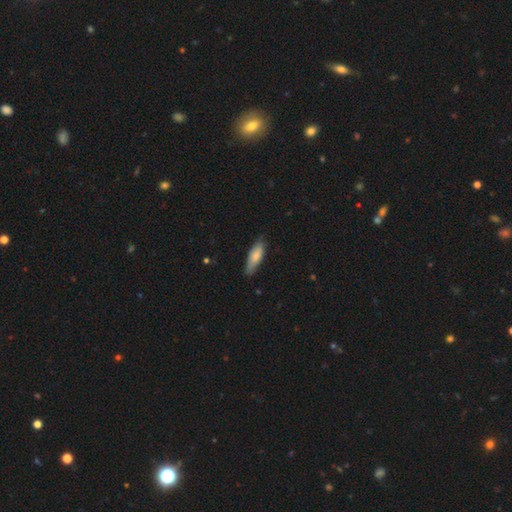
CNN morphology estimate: type=smooth (76%); roundness=in between (56%); merging=none (70%).